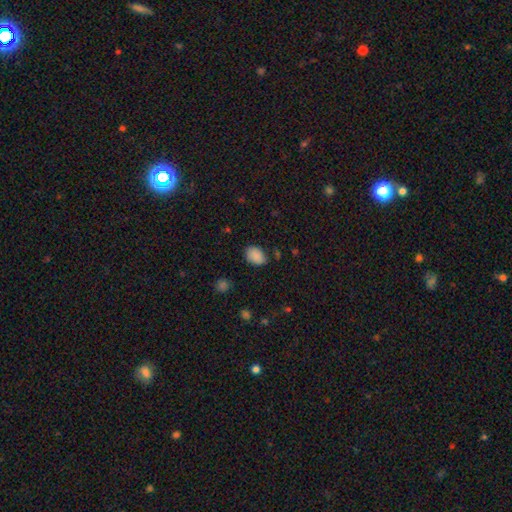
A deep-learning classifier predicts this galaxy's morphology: smooth 88%, star or artifact 8%, featured or disk 4%. Down the decision tree: how rounded — in between (78%); merging — none (77%).